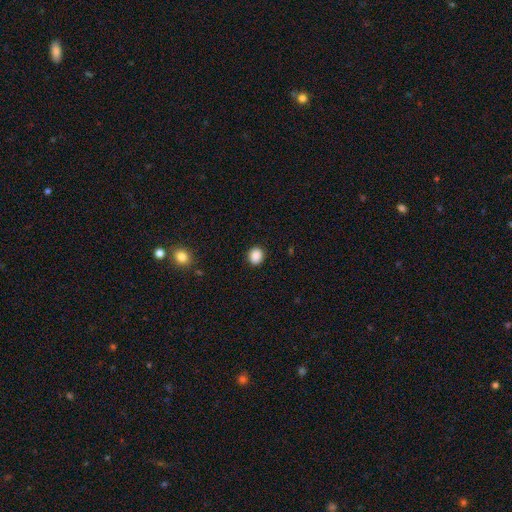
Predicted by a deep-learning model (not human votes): A smooth galaxy with no disk features (88%) that is round (69%).

Vote fractions:
- Smooth or featured? smooth: 88% / star or artifact: 10% / featured or disk: 3%
- How rounded? round: 69% / in between: 30% / cigar-shaped: 1%
- Merging? none: 89% / minor disturbance: 7% / major disturbance: 2% / merger: 1%